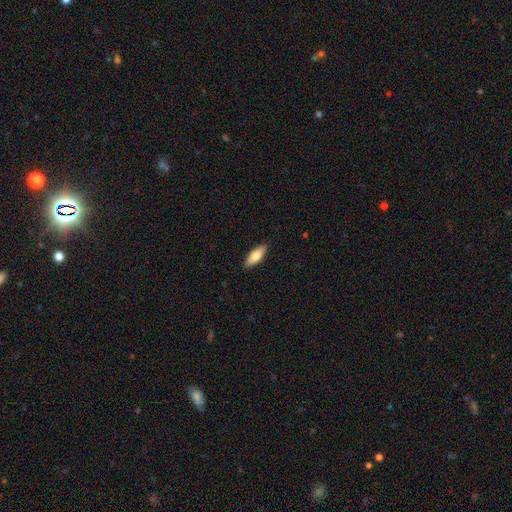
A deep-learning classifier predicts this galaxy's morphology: smooth-or-featured: smooth: 73% | featured or disk: 21% | star or artifact: 6%
  how-rounded: in between: 64% | cigar-shaped: 33% | round: 2%
  merging: none: 89% | minor disturbance: 8% | major disturbance: 2% | merger: 1%